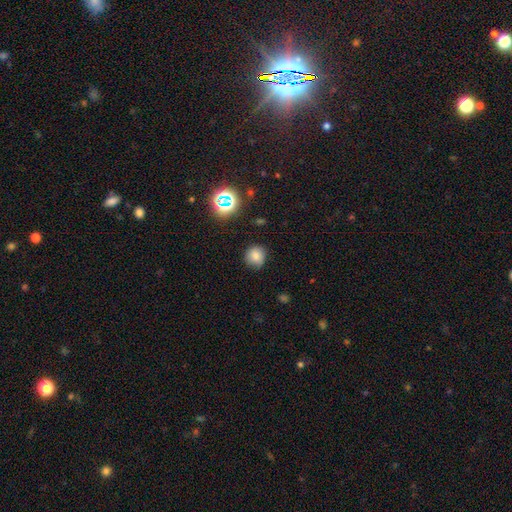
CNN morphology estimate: smooth-or-featured: smooth: 76% | star or artifact: 15% | featured or disk: 8%
  how-rounded: round: 88% | in between: 11% | cigar-shaped: 1%
  merging: none: 82% | minor disturbance: 14% | major disturbance: 3% | merger: 2%